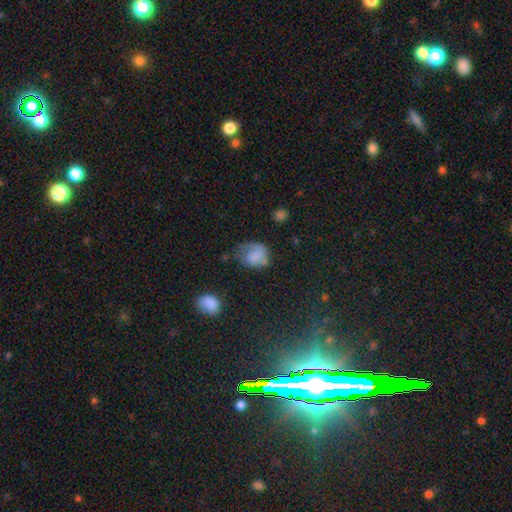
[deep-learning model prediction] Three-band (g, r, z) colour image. It shows a smooth galaxy with no disk features (59%) that is in between round and cigar-shaped (53%). Merging: none (33%).